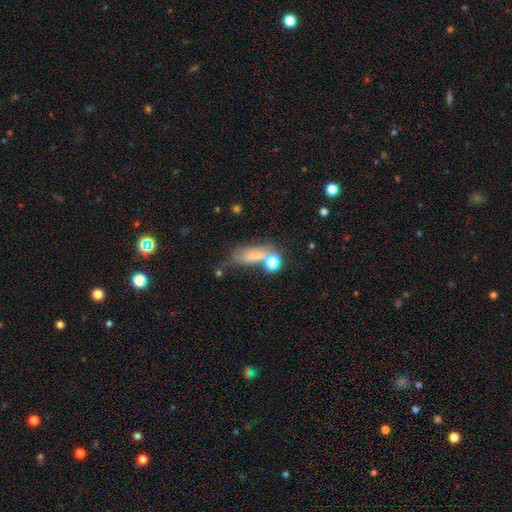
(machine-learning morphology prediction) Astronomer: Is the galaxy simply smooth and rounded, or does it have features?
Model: smooth — 61%.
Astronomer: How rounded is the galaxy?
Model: in between — 62%.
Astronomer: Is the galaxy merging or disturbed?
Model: none — 38% (runner-up: merger, 26%).